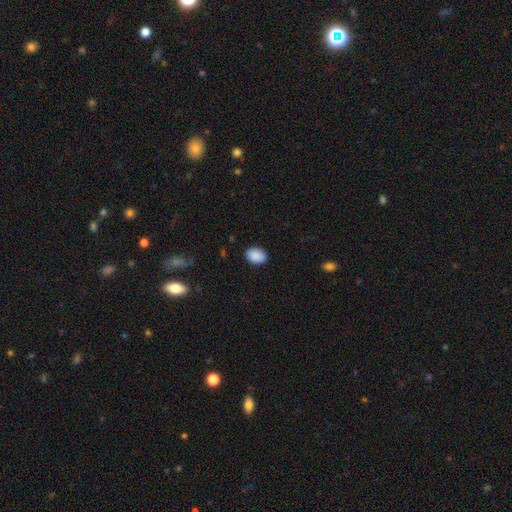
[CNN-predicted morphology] This appears to be a smooth galaxy with no disk features (90%) that is in between round and cigar-shaped (79%). Merging: none (88%).